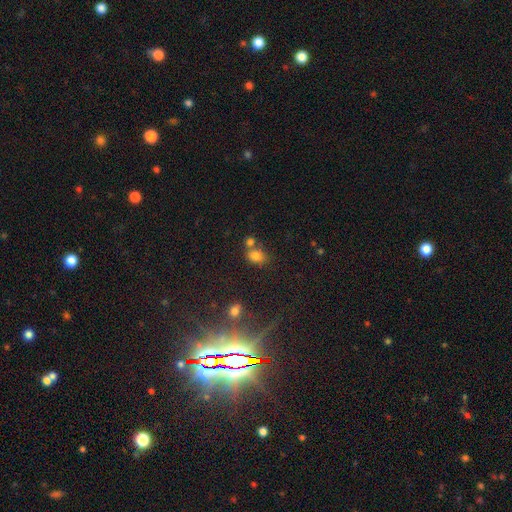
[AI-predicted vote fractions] smooth-or-featured: smooth: 77% | star or artifact: 14% | featured or disk: 9%
  how-rounded: in between: 65% | round: 33% | cigar-shaped: 2%
  merging: none: 48% | merger: 34% | minor disturbance: 13% | major disturbance: 6%